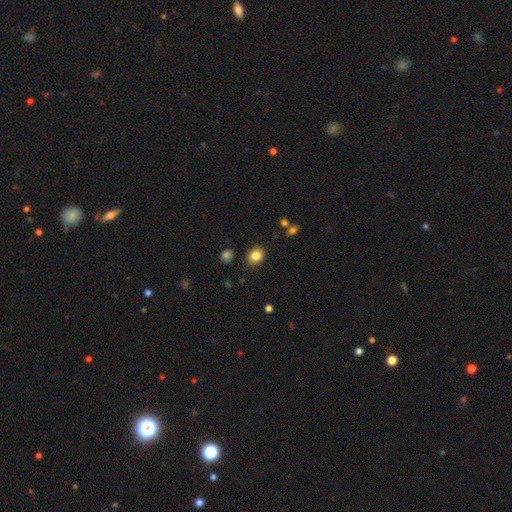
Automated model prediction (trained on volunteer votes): Morphology: type=smooth (84%); roundness=round (51%); merging=none (85%).